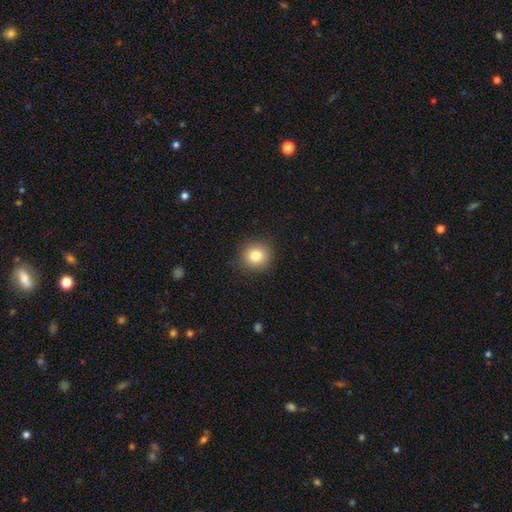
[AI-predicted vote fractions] Smooth or featured?
  - smooth: 81% *
  - star or artifact: 11%
  - featured or disk: 8%
How rounded?
  - round: 89% *
  - in between: 10%
  - cigar-shaped: 1%
Merging?
  - none: 90% *
  - minor disturbance: 7%
  - major disturbance: 2%
  - merger: 1%